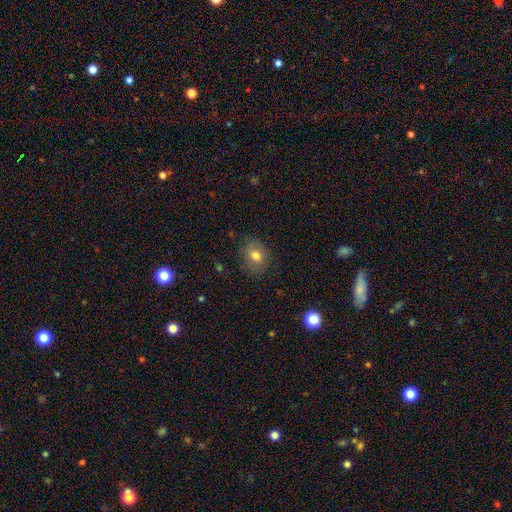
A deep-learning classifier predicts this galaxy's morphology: type=smooth (78%); roundness=round (58%); merging=none (81%).